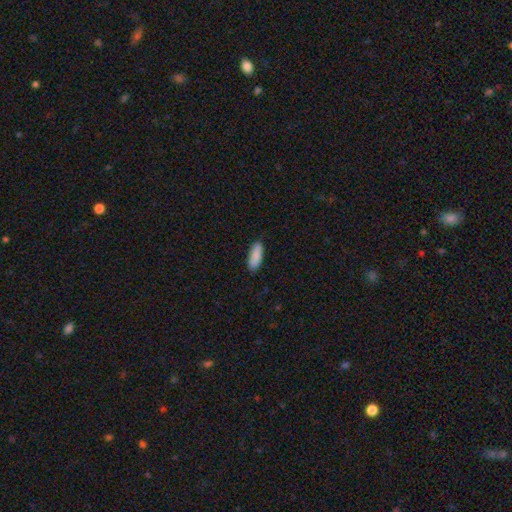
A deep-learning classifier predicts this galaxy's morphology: The model was most divided on "how rounded": in between: 70%, cigar-shaped: 29%, round: 2%. More confident: smooth or featured — smooth (88%); merging — none (86%).